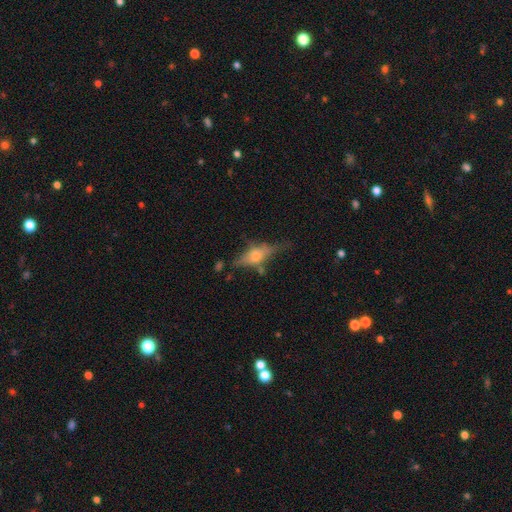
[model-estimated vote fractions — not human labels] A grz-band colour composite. It shows a featured or disk galaxy (52%) viewed edge-on (79%). Merging: none (53%).